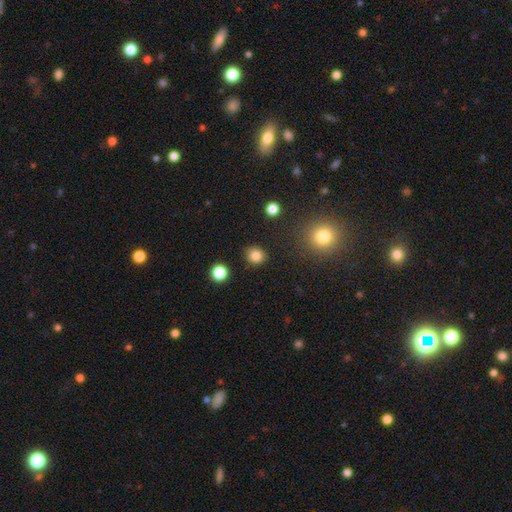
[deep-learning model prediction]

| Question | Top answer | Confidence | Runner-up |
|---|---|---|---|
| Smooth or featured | smooth | 83% | star or artifact (12%) |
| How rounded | round | 82% | in between (17%) |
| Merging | none | 89% | minor disturbance (7%) |